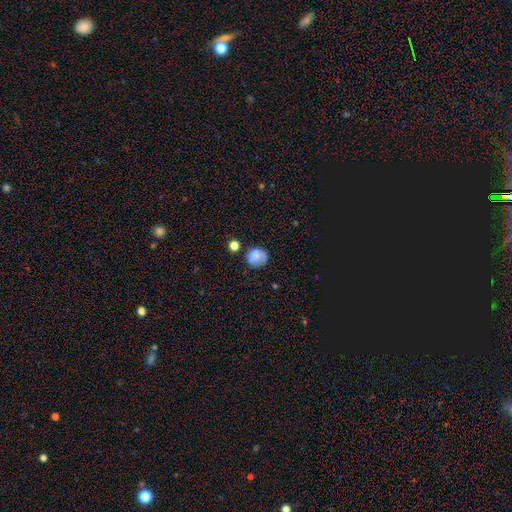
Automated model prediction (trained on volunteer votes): Smooth or featured: smooth — 74% (featured or disk — 16%)
How rounded: round — 72% (in between — 27%)
Merging: none — 58% (minor disturbance — 24%)